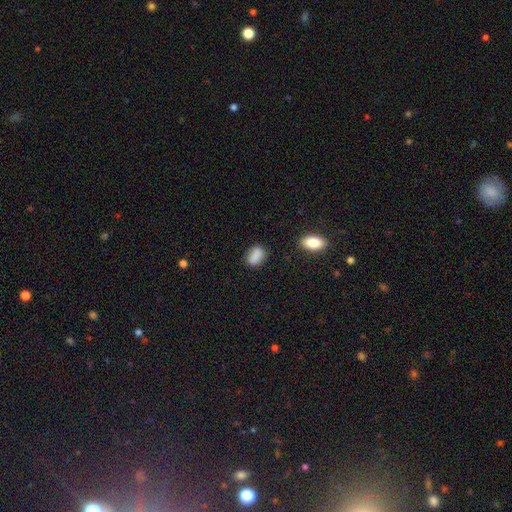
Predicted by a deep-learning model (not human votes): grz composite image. It shows a smooth galaxy with no disk features (86%) that is in between round and cigar-shaped (79%). Merging: none (77%).